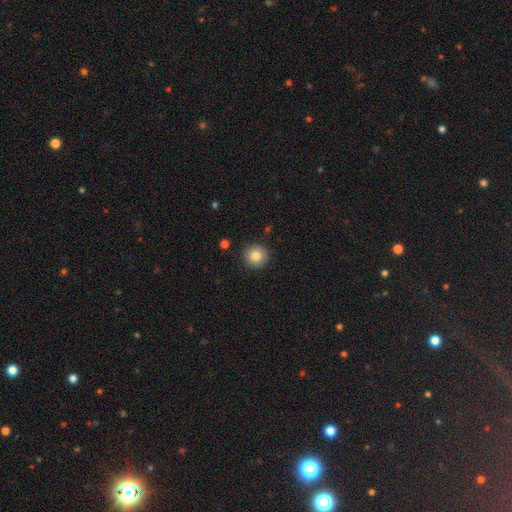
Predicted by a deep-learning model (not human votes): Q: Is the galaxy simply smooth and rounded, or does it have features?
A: smooth — 84%.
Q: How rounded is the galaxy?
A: round — 93%.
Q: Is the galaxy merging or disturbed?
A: none — 90%.